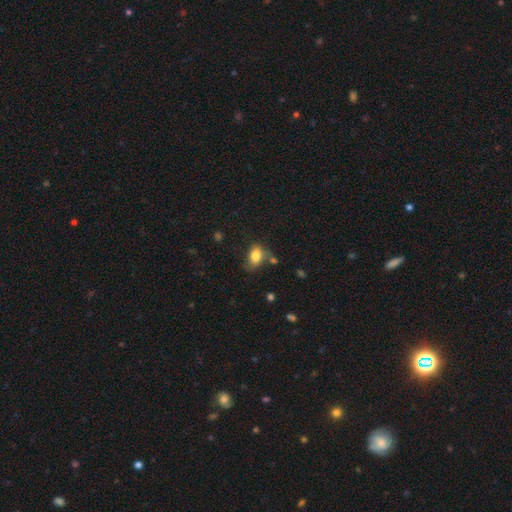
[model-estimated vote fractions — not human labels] Smooth or featured? smooth (79%)
How rounded? in between (85%)
Merging? none (52%)